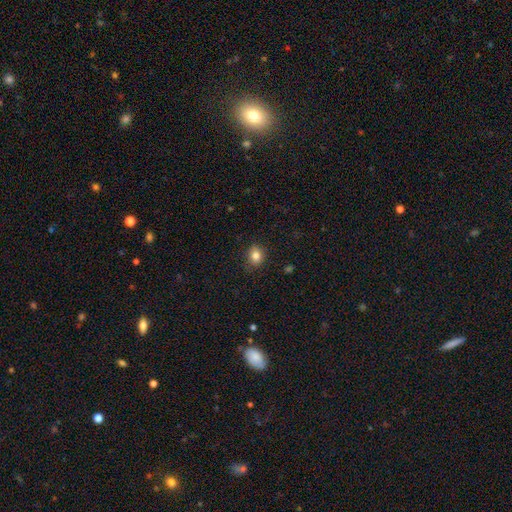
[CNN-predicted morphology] Smooth or featured: smooth — 83% (star or artifact — 11%)
How rounded: round — 64% (in between — 35%)
Merging: none — 86% (minor disturbance — 11%)